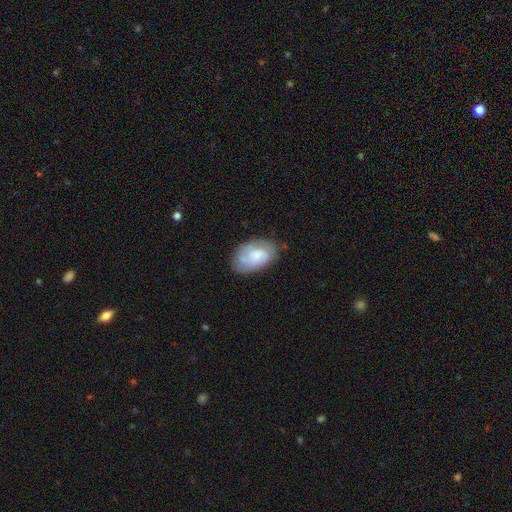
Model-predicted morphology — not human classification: This appears to be a featured or disk galaxy (48%). Merging: none (67%).